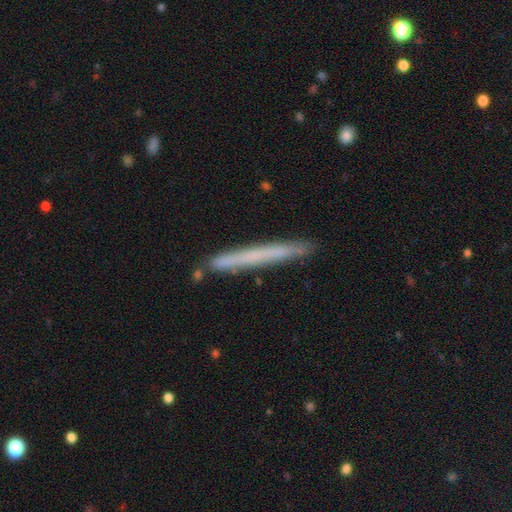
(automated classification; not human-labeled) Smooth or featured: smooth — 56% (featured or disk — 38%)
How rounded: cigar-shaped — 97% (in between — 2%)
Merging: none — 87% (minor disturbance — 9%)